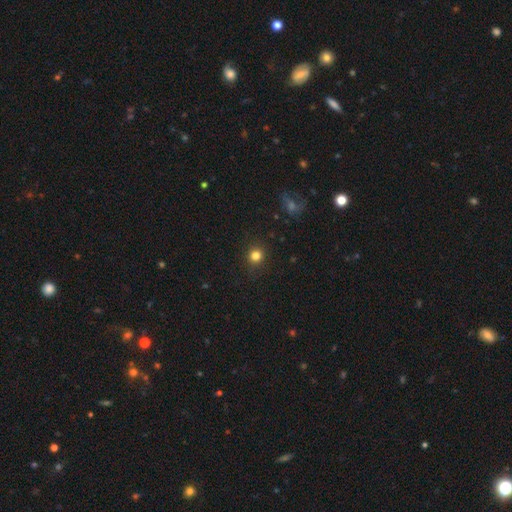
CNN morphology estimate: Smooth or featured?
  - smooth: 82% *
  - star or artifact: 14%
  - featured or disk: 5%
How rounded?
  - round: 91% *
  - in between: 8%
  - cigar-shaped: 1%
Merging?
  - none: 91% *
  - minor disturbance: 6%
  - major disturbance: 2%
  - merger: 1%